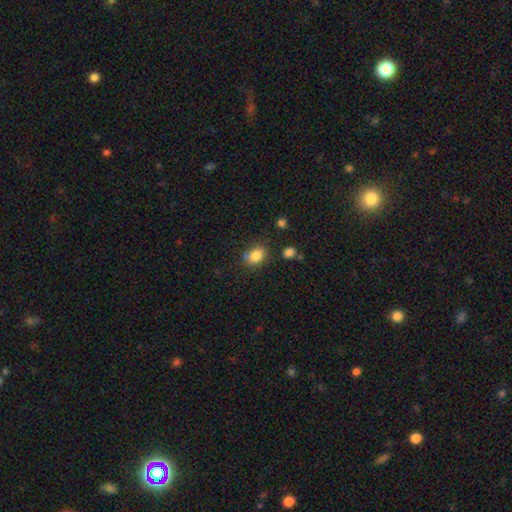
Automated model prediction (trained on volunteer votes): smooth-or-featured: smooth: 84% | star or artifact: 9% | featured or disk: 6%
  how-rounded: in between: 63% | round: 36% | cigar-shaped: 1%
  merging: none: 75% | minor disturbance: 17% | major disturbance: 4% | merger: 4%